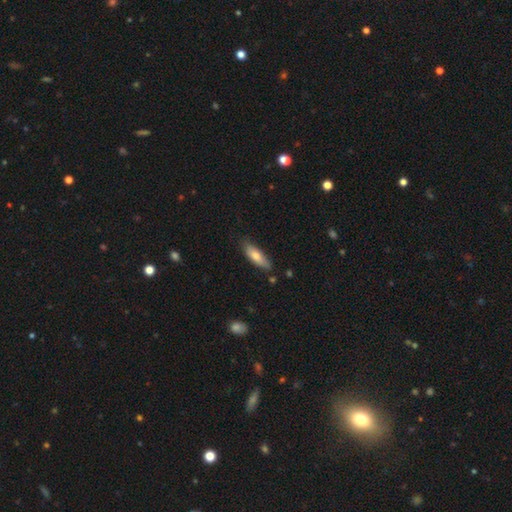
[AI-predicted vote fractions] This appears to be a smooth galaxy with no disk features (72%) that is in between round and cigar-shaped (55%). Merging: none (75%).